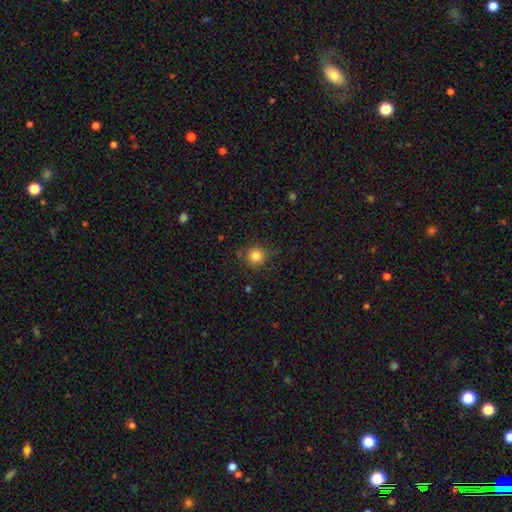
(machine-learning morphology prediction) smooth 83%, star or artifact 11%, featured or disk 6%. Down the decision tree: how rounded — round (92%); merging — none (79%).